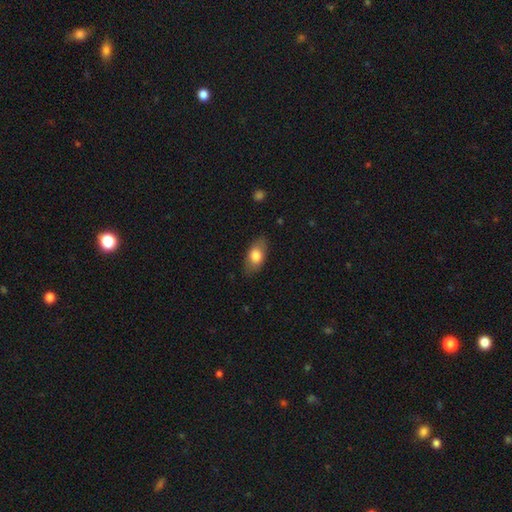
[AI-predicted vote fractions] Overall: smooth (77%). How rounded: in between (90%). Merging: none (82%).